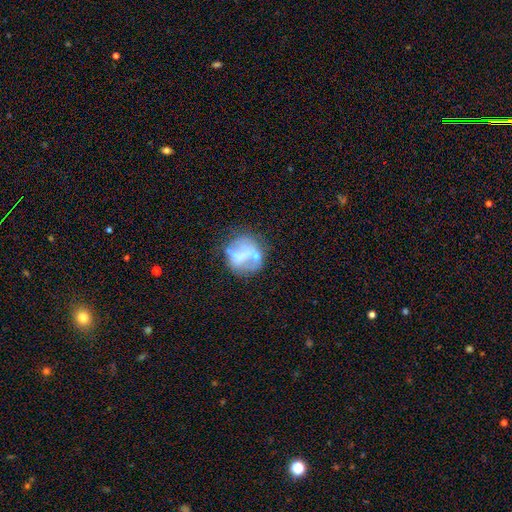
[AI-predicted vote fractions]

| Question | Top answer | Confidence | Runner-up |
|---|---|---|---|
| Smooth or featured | featured or disk | 48% | smooth (38%) |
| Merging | none | 54% | minor disturbance (18%) |